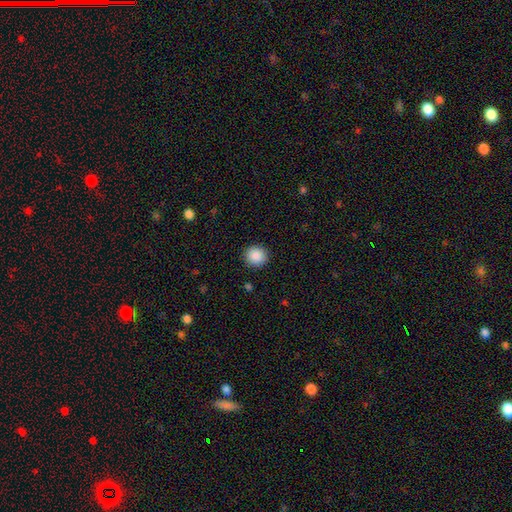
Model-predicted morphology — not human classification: Smooth or featured? Predicted: smooth (p=0.89). How rounded? Predicted: round (p=0.90). Merging? Predicted: none (p=0.91).